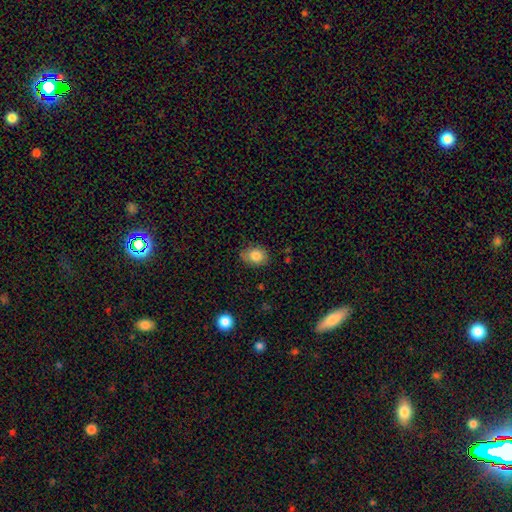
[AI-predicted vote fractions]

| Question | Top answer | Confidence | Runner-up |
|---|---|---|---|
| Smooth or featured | smooth | 84% | star or artifact (8%) |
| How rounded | in between | 64% | round (35%) |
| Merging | none | 75% | minor disturbance (20%) |